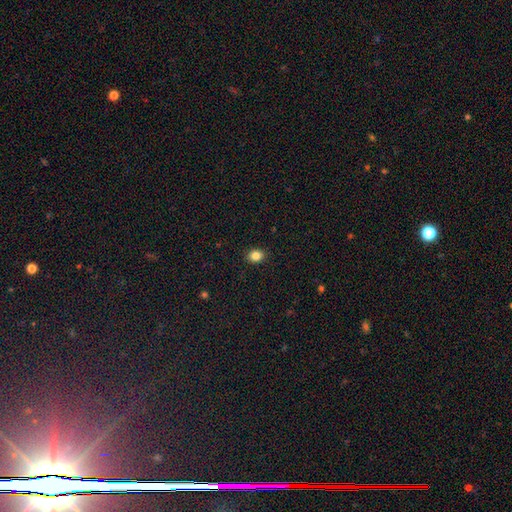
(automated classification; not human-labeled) This appears to be a smooth galaxy with no disk features (85%) that is in between round and cigar-shaped (54%). Merging: none (91%).